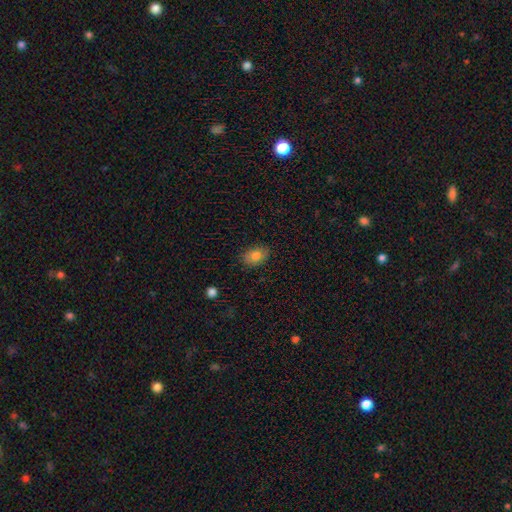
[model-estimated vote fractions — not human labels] smooth 81%, featured or disk 10%, star or artifact 9%. Down the decision tree: how rounded — in between (76%); merging — none (85%).